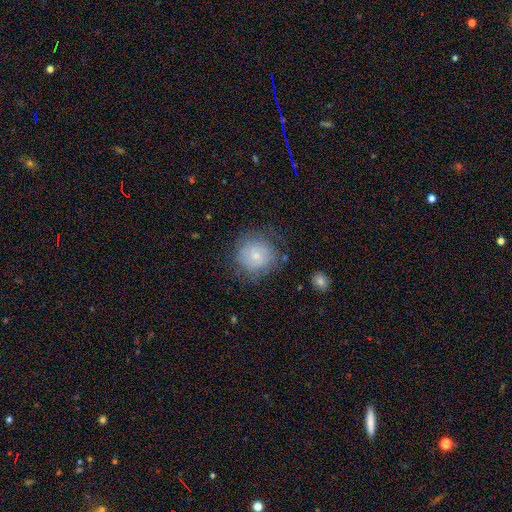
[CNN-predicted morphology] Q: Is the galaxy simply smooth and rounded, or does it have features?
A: smooth — 67%.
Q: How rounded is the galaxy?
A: round — 91%.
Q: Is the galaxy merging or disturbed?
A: none — 72%.